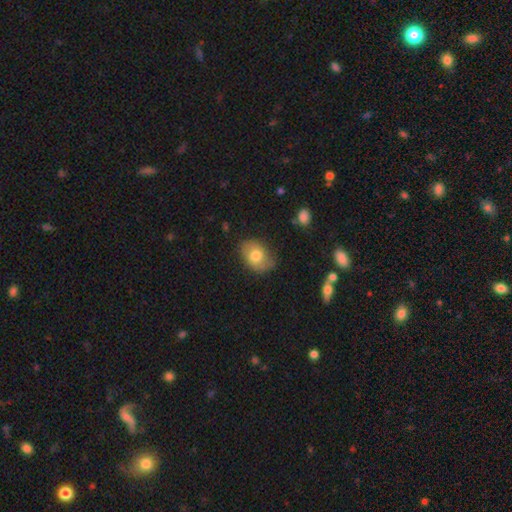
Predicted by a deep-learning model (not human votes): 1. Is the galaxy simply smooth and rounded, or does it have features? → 72% smooth, 20% featured or disk, 8% star or artifact.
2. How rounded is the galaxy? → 77% in between, 22% round, 1% cigar-shaped.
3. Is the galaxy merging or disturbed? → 76% none, 18% minor disturbance, 4% major disturbance, 1% merger.